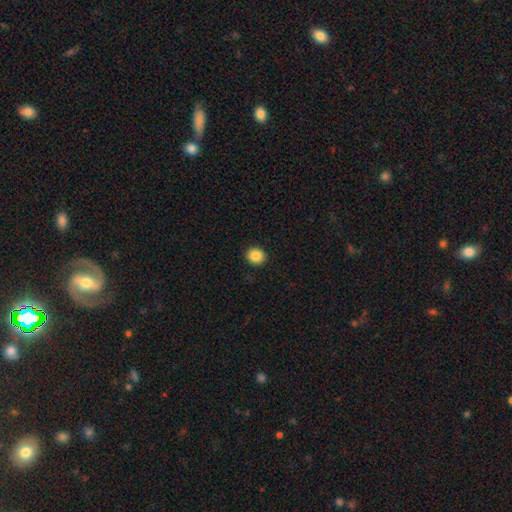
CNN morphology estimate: Overall: smooth (87%). How rounded: round (85%). Merging: none (92%).